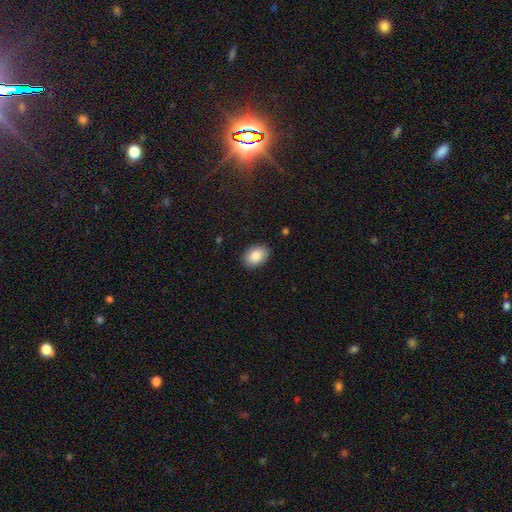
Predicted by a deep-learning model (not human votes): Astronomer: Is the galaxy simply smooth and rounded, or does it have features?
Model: smooth — 88%.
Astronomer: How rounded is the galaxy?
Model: in between — 85%.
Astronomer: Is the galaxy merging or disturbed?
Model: none — 88%.